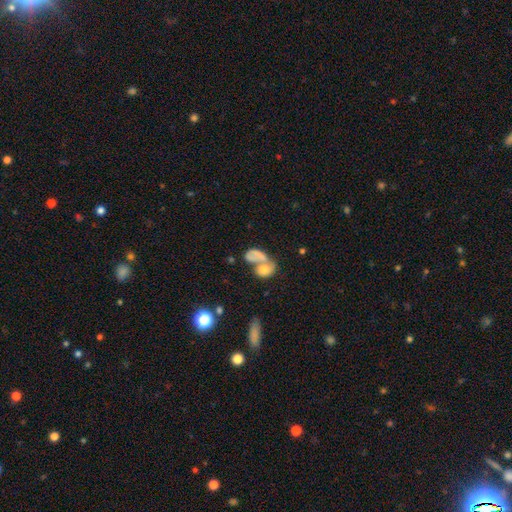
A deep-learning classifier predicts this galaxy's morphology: Smooth or featured? smooth (61%)
How rounded? in between (80%)
Merging? merger (66%)